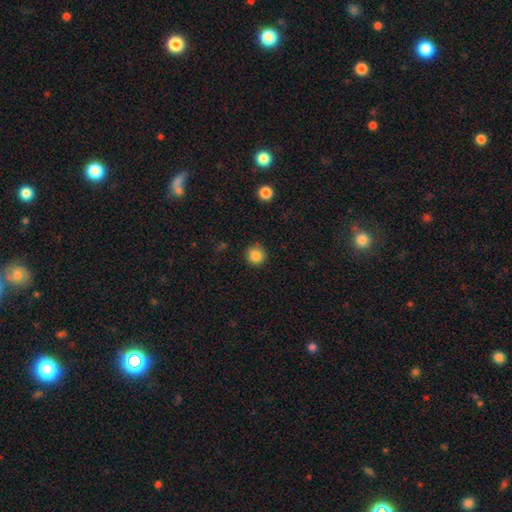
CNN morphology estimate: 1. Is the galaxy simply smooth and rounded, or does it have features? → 86% smooth, 10% star or artifact, 4% featured or disk.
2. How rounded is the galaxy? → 92% round, 7% in between, 1% cigar-shaped.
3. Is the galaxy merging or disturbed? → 87% none, 10% minor disturbance, 2% major disturbance, 1% merger.